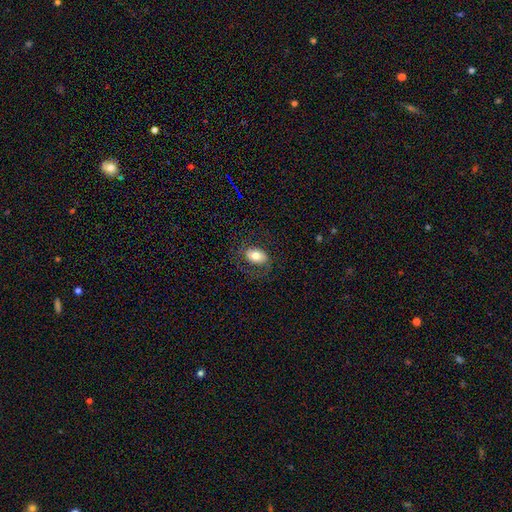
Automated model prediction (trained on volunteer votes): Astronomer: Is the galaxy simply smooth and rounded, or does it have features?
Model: smooth — 67%.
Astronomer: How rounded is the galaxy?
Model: in between — 82%.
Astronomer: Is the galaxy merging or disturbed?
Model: none — 71%.